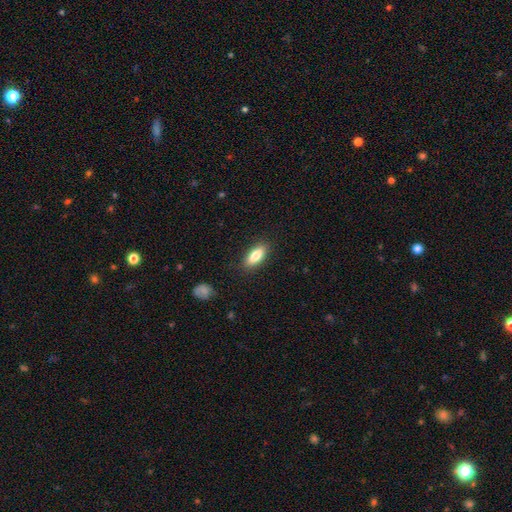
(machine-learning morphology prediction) Q: Smooth or featured?
A: smooth (81%); runner-up: featured or disk (12%)
Q: How rounded?
A: in between (75%); runner-up: cigar-shaped (23%)
Q: Merging?
A: none (87%); runner-up: minor disturbance (10%)